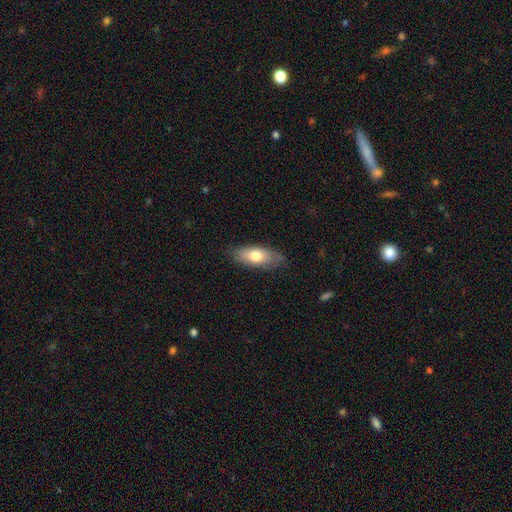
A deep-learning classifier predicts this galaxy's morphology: smooth 71%, featured or disk 23%, star or artifact 6%. Down the decision tree: how rounded — in between (76%); merging — none (80%).